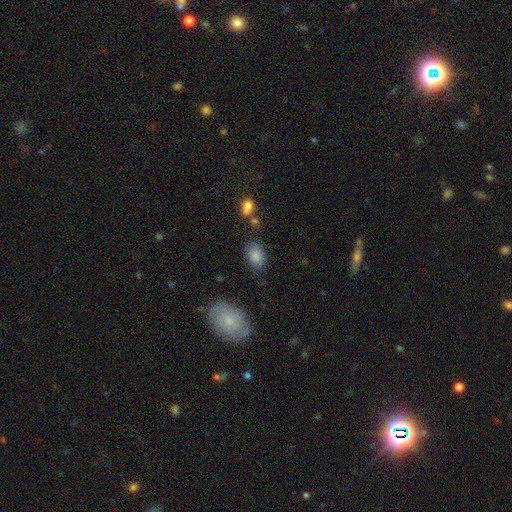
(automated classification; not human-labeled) Overall: smooth (85%). How rounded: in between (85%). Merging: none (74%).